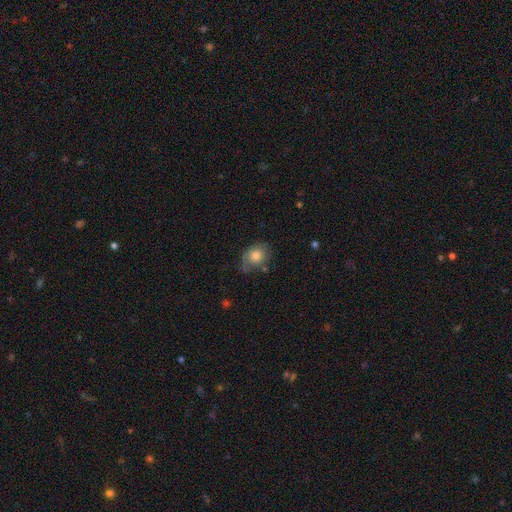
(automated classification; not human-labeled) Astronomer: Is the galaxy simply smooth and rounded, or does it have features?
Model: smooth — 70%.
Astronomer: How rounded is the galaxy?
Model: in between — 50% (runner-up: round, 49%).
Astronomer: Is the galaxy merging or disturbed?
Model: none — 55%.